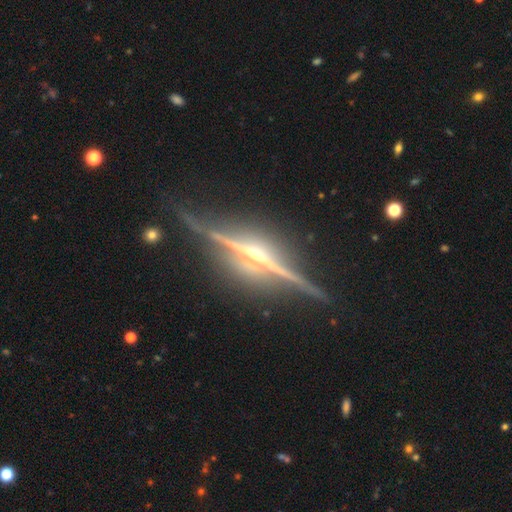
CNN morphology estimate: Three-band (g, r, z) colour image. It shows a featured or disk galaxy (90%) viewed edge-on (97%) with a rounded central bulge (79%). Merging: none (83%).